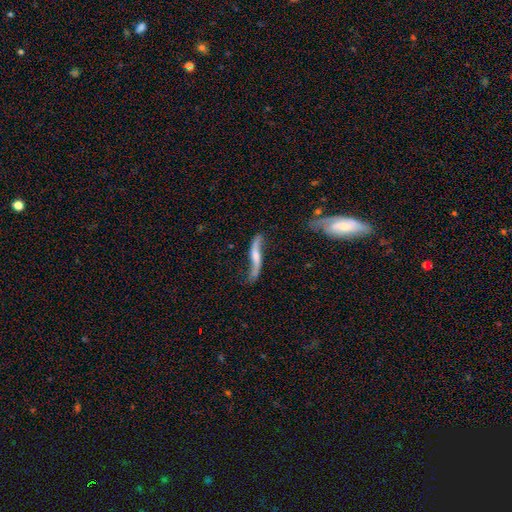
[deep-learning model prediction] featured or disk 78%, smooth 16%, star or artifact 6%. Down the decision tree: edge-on disk — no (66%); bar — no (42%); spiral arms — yes (91%); bulge size — small (38%); merging — none (58%).